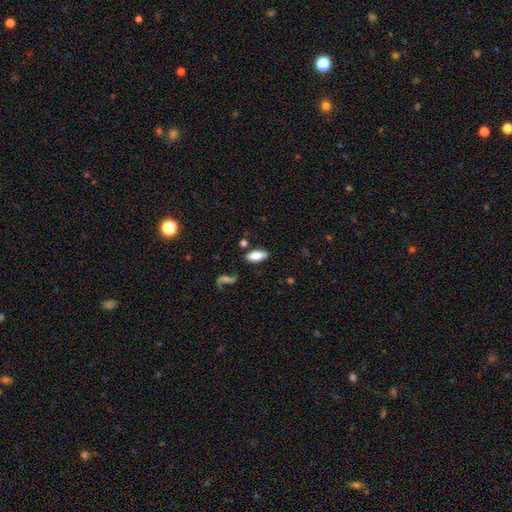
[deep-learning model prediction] Smooth or featured?
  - smooth: 79% *
  - featured or disk: 13%
  - star or artifact: 7%
How rounded?
  - in between: 83% *
  - cigar-shaped: 14%
  - round: 3%
Merging?
  - none: 76% *
  - minor disturbance: 15%
  - merger: 5%
  - major disturbance: 4%